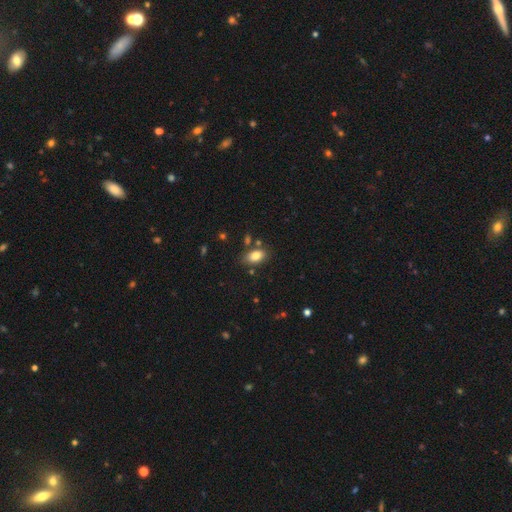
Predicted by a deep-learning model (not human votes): Smooth or featured? smooth (83%)
How rounded? in between (90%)
Merging? none (75%)